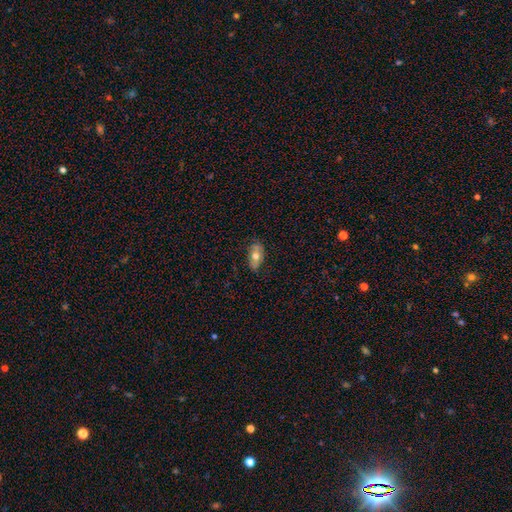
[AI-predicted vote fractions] Smooth or featured? Predicted: smooth (p=0.62). How rounded? Predicted: in between (p=0.88). Merging? Predicted: none (p=0.75).